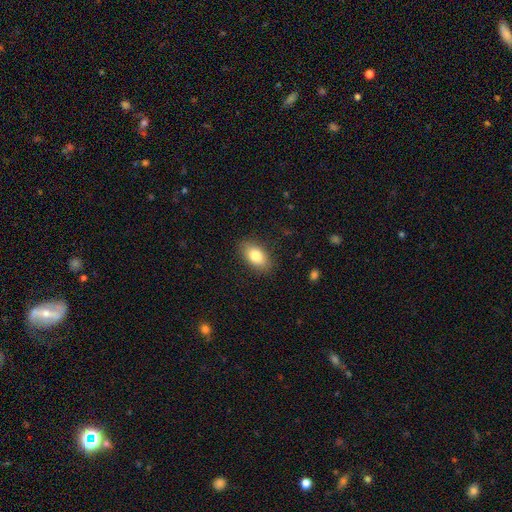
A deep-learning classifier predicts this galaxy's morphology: A smooth galaxy with no disk features (81%) that is in between round and cigar-shaped (91%). Merging: none (87%).